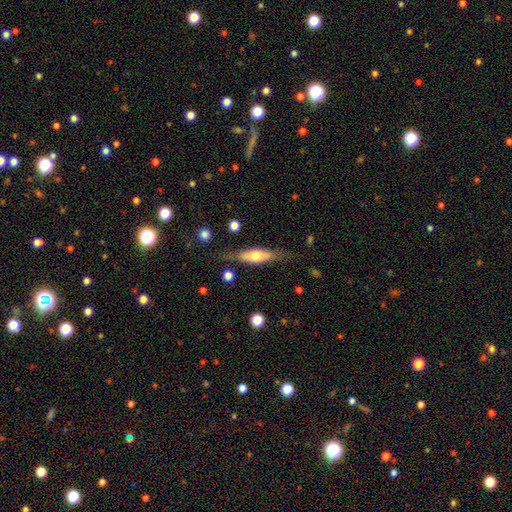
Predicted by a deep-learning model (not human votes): featured or disk 51%, smooth 43%, star or artifact 6%. Down the decision tree: edge-on disk — yes (83%); merging — none (72%).